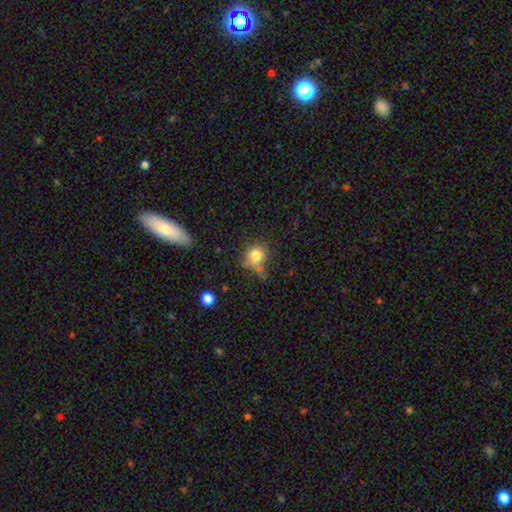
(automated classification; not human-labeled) A smooth galaxy with no disk features (78%) that is round (81%). Merging: none (49%).